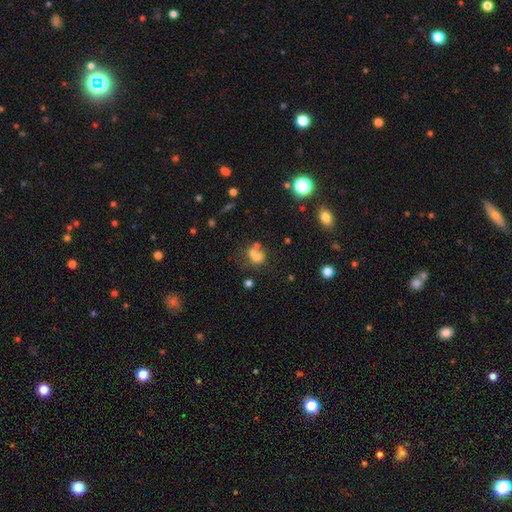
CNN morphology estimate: A smooth galaxy with no disk features (63%) that is in between round and cigar-shaped (51%).

Vote fractions:
- Smooth or featured? smooth: 63% / star or artifact: 19% / featured or disk: 18%
- How rounded? in between: 51% / round: 46% / cigar-shaped: 2%
- Merging? merger: 45% / none: 31% / minor disturbance: 13% / major disturbance: 12%